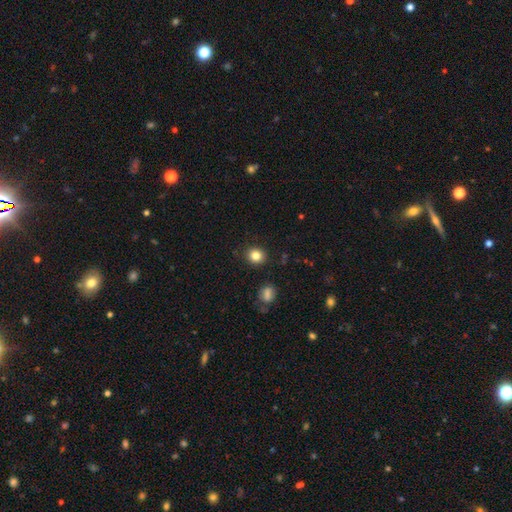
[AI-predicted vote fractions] This is clearly a smooth galaxy (84%). How rounded: clearly round (81%). Merging: clearly none (89%).